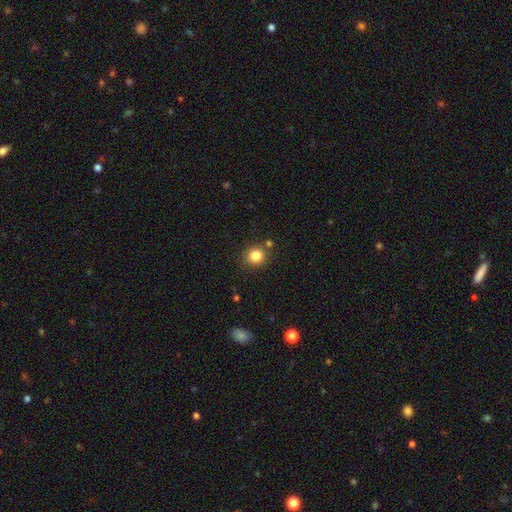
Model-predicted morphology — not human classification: smooth_or_featured: smooth (p=0.83) [alt: star or artifact p=0.12]
how_rounded: round (p=0.86) [alt: in between p=0.13]
merging: none (p=0.82) [alt: minor disturbance p=0.09]